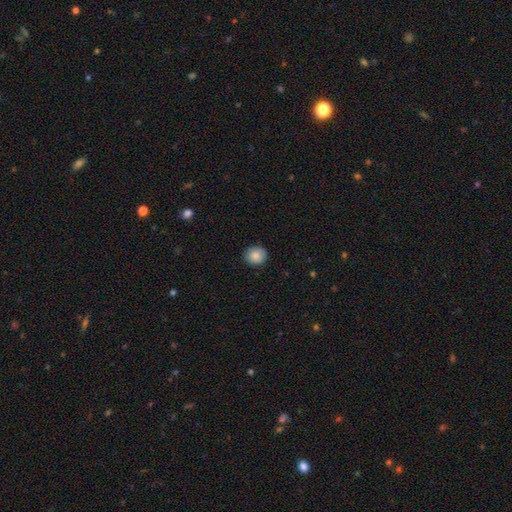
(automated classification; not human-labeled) A smooth galaxy with no disk features (86%) that is round (73%). Merging: none (88%).